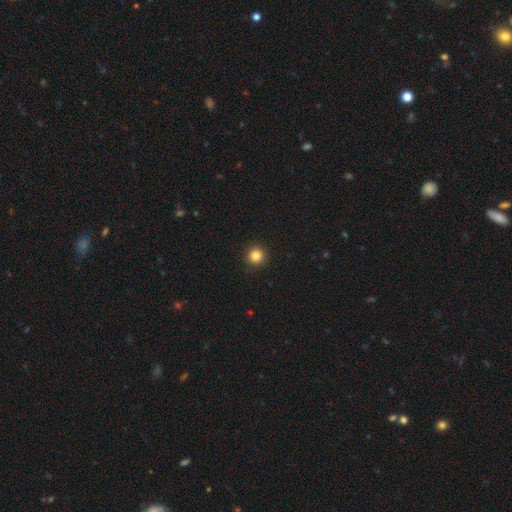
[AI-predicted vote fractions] Smooth or featured? Predicted: smooth (p=0.85). How rounded? Predicted: round (p=0.95). Merging? Predicted: none (p=0.93).